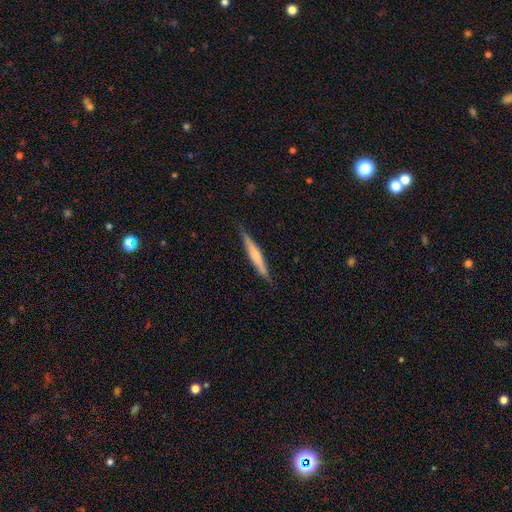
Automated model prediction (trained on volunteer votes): Overall: smooth (56%; featured or disk 39%). How rounded: cigar-shaped (95%). Merging: none (85%).